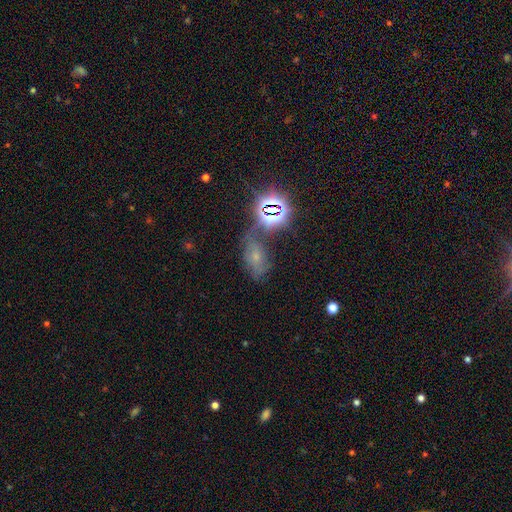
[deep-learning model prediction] star or artifact 46%, featured or disk 28%, smooth 27%.